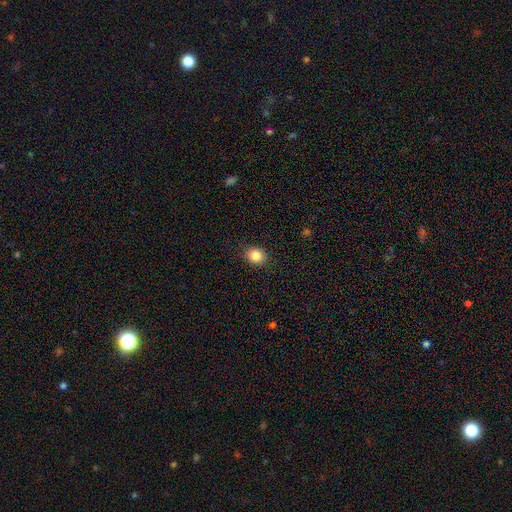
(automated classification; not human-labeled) Smooth or featured?
  - smooth: 86% *
  - star or artifact: 10%
  - featured or disk: 4%
How rounded?
  - round: 61% *
  - in between: 38%
  - cigar-shaped: 1%
Merging?
  - none: 88% *
  - minor disturbance: 9%
  - major disturbance: 3%
  - merger: 1%